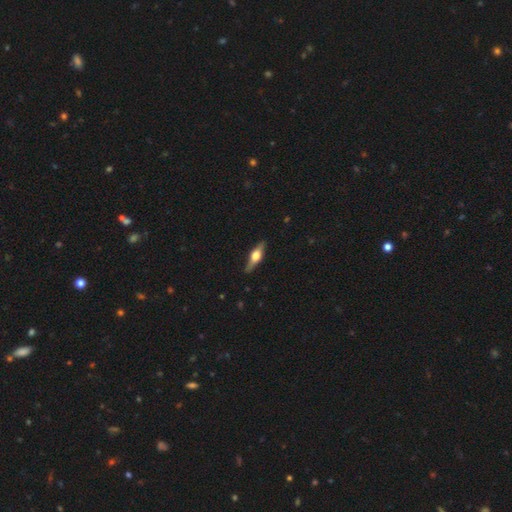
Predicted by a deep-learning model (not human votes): Overall: featured or disk (66%; smooth 28%). Edge-on disk: yes (95%). Edge-on bulge: rounded (93%). Merging: none (87%).